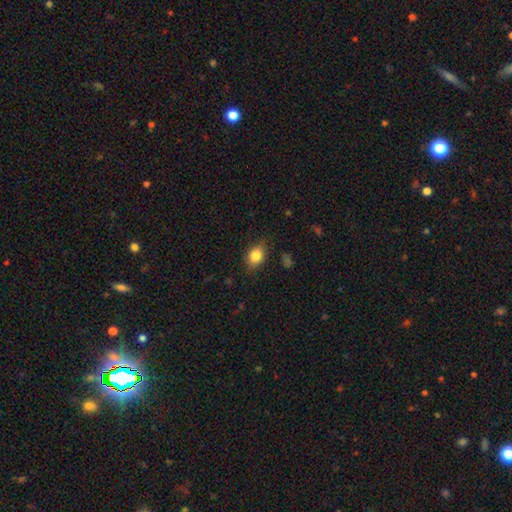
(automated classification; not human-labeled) Morphology: type=smooth (84%); roundness=in between (69%); merging=none (81%).